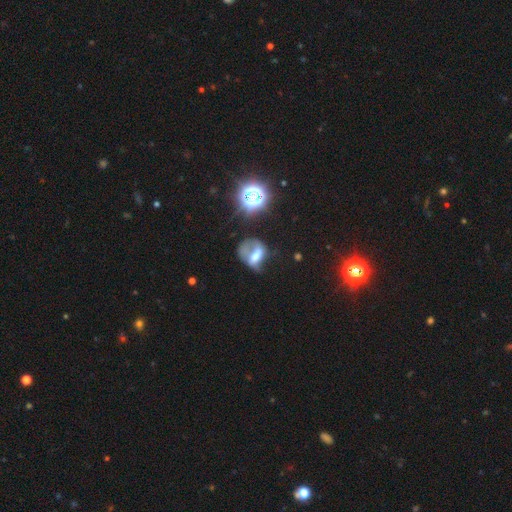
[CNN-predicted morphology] smooth 42%, featured or disk 39%, star or artifact 19%. Down the decision tree: merging — major disturbance (45%).